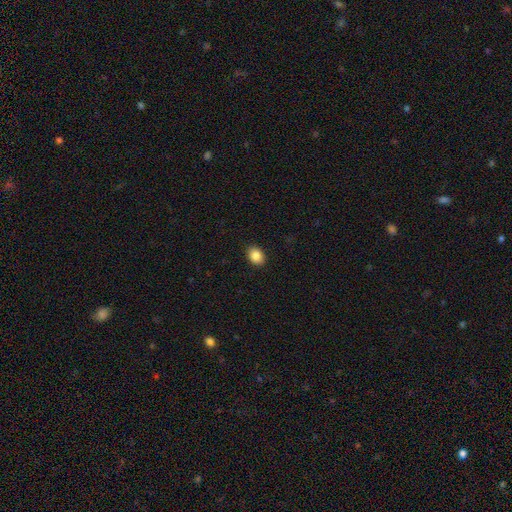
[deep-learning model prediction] smooth_or_featured: smooth (p=0.87) [alt: star or artifact p=0.09]
how_rounded: in between (p=0.69) [alt: round p=0.30]
merging: none (p=0.90) [alt: minor disturbance p=0.07]